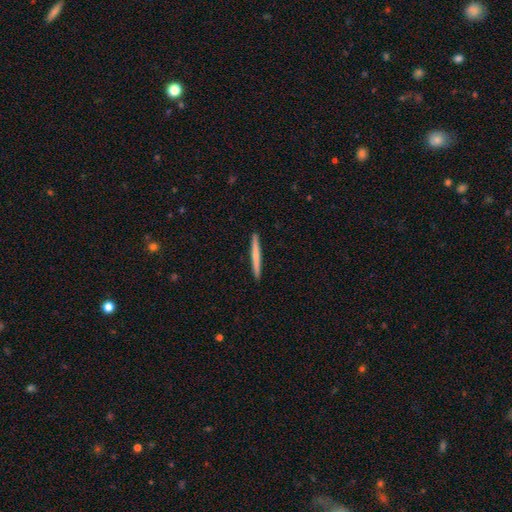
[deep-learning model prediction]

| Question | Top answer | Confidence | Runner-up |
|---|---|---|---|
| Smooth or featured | smooth | 60% | featured or disk (35%) |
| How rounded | cigar-shaped | 97% | in between (2%) |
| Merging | none | 93% | minor disturbance (5%) |